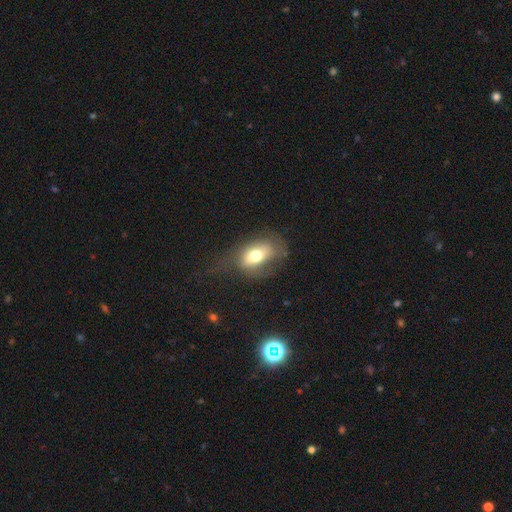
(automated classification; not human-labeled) Morphology: type=smooth (66%); roundness=in between (82%); merging=none (46%).